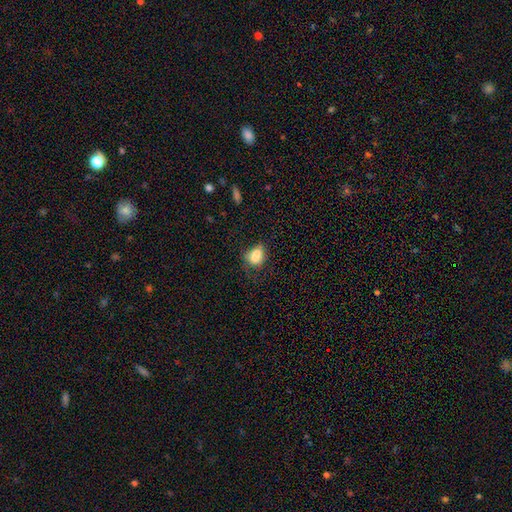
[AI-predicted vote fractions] A smooth galaxy with no disk features (76%) that is in between round and cigar-shaped (61%). Merging: none (40%).